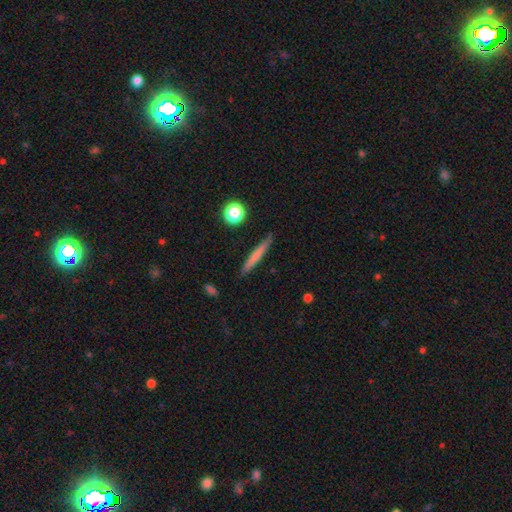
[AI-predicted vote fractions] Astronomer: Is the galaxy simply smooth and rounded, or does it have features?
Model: smooth — 65%.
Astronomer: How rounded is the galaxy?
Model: cigar-shaped — 95%.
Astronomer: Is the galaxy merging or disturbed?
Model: none — 87%.